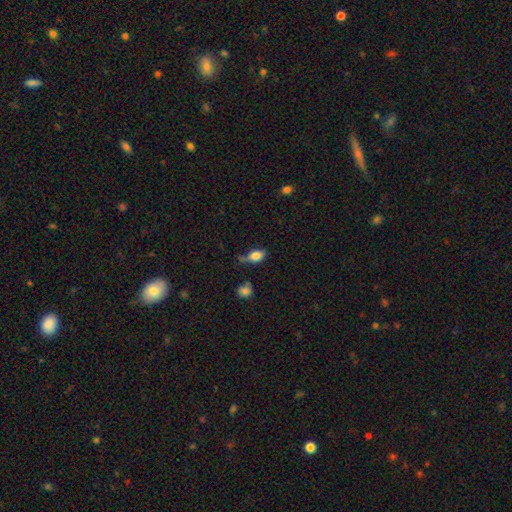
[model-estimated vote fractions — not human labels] smooth 83%, star or artifact 9%, featured or disk 8%. Down the decision tree: how rounded — in between (88%); merging — none (54%).